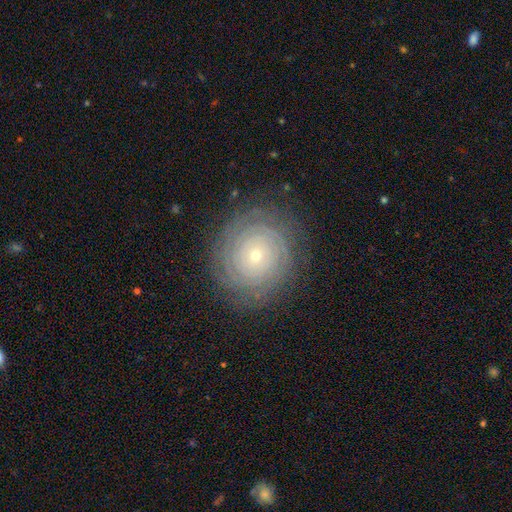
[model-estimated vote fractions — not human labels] featured or disk 76%, smooth 15%, star or artifact 9%. Down the decision tree: edge-on disk — no (97%); bar — no (87%); spiral arms — yes (92%); spiral arm count — can't tell (40%); spiral winding — tight (90%); bulge size — small (81%); merging — none (84%).